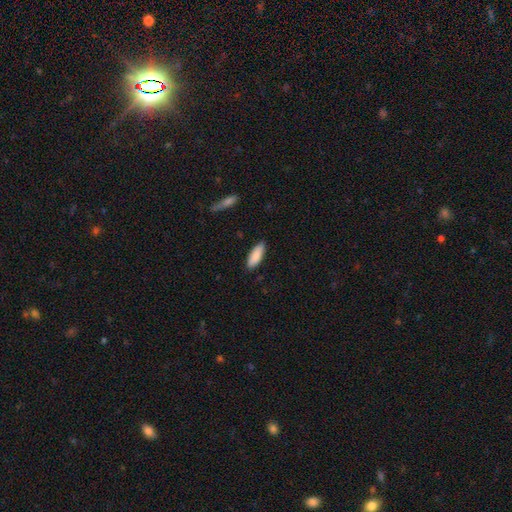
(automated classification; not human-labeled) This is clearly a smooth galaxy (87%). How rounded: likely in between (63%). Merging: clearly none (86%).